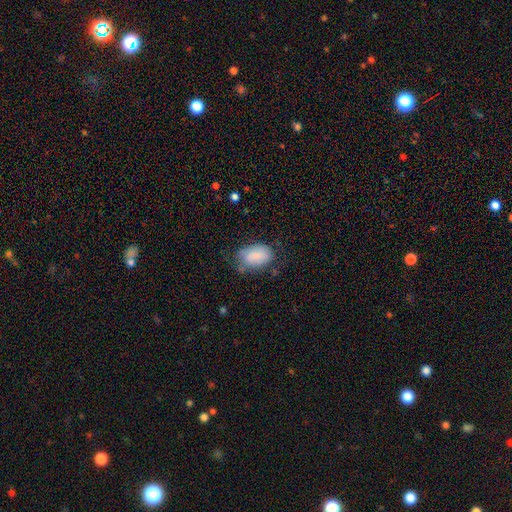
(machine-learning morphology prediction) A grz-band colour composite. It shows a smooth galaxy with no disk features (76%) that is in between round and cigar-shaped (87%). Merging: none (56%).